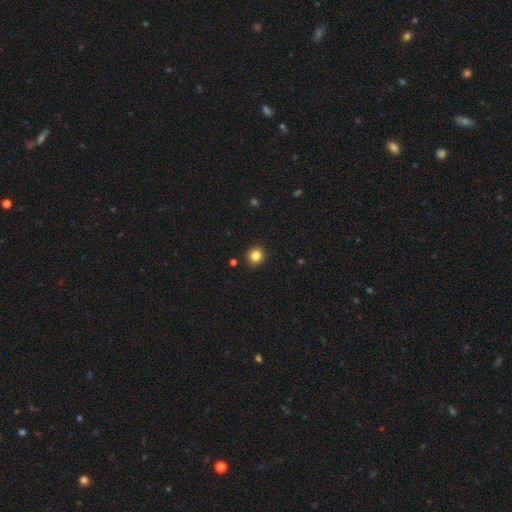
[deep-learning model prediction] The model was most divided on "smooth or featured": smooth: 83%, star or artifact: 11%, featured or disk: 5%. More confident: merging — none (92%); how rounded — round (89%).